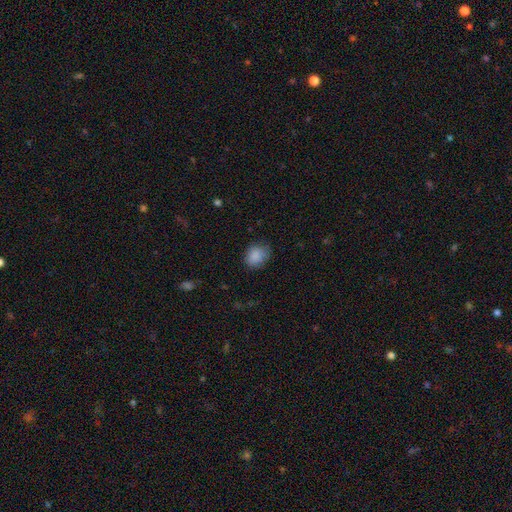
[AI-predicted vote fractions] Smooth or featured: smooth — 87% (star or artifact — 9%)
How rounded: round — 56% (in between — 43%)
Merging: none — 75% (minor disturbance — 20%)